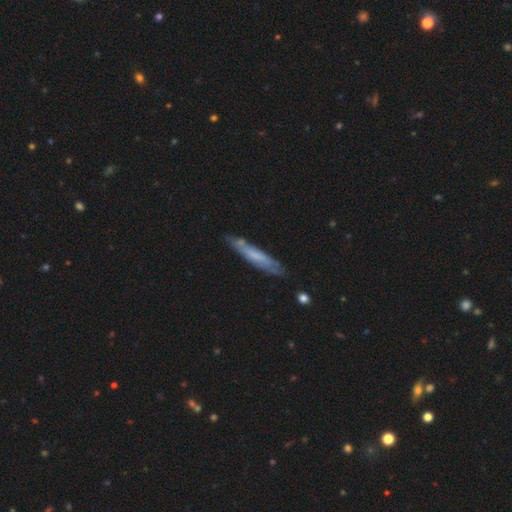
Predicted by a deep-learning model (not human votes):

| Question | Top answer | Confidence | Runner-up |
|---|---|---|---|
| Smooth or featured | smooth | 49% | featured or disk (45%) |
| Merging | none | 70% | minor disturbance (21%) |